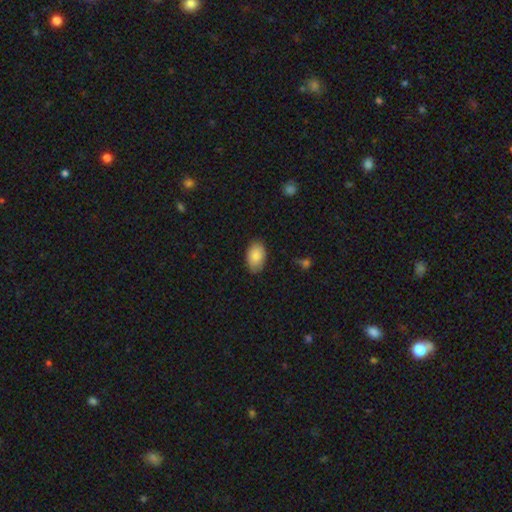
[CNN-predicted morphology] smooth_or_featured: smooth (p=0.86) [alt: featured or disk p=0.07]
how_rounded: in between (p=0.90) [alt: round p=0.08]
merging: none (p=0.82) [alt: minor disturbance p=0.14]